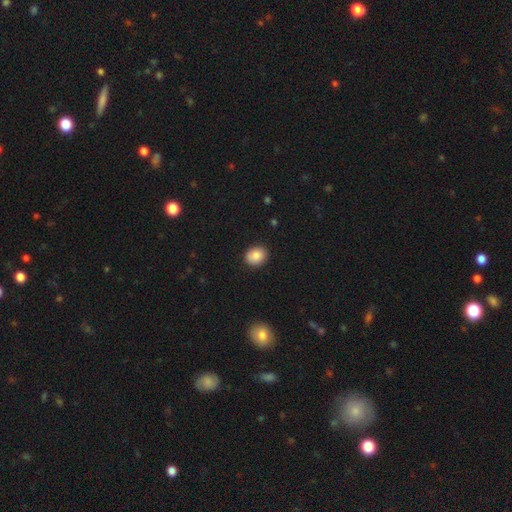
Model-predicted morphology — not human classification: A smooth galaxy with no disk features (85%) that is round (65%). Merging: none (87%).